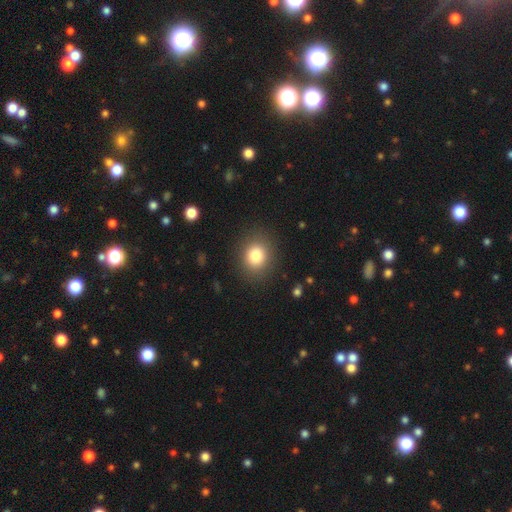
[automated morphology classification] Smooth or featured? smooth (82%)
How rounded? round (69%)
Merging? none (87%)